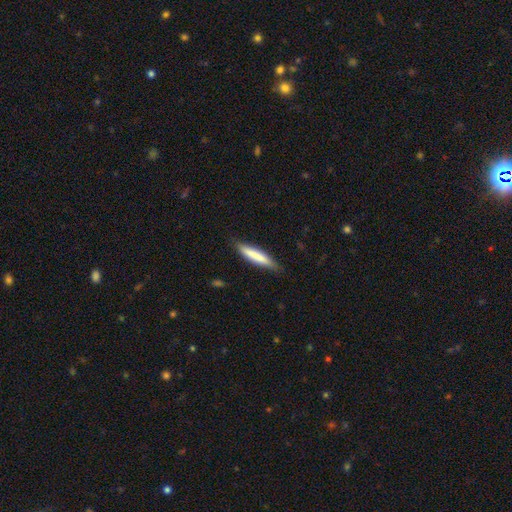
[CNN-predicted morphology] This appears to be a smooth galaxy with no disk features (77%) that is cigar-shaped (87%). Merging: none (85%).